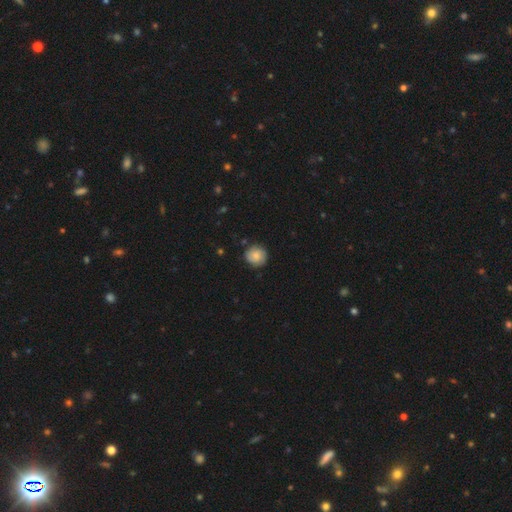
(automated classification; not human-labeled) Q: Smooth or featured?
A: smooth (74%); runner-up: featured or disk (18%)
Q: How rounded?
A: round (90%); runner-up: in between (9%)
Q: Merging?
A: none (82%); runner-up: minor disturbance (14%)